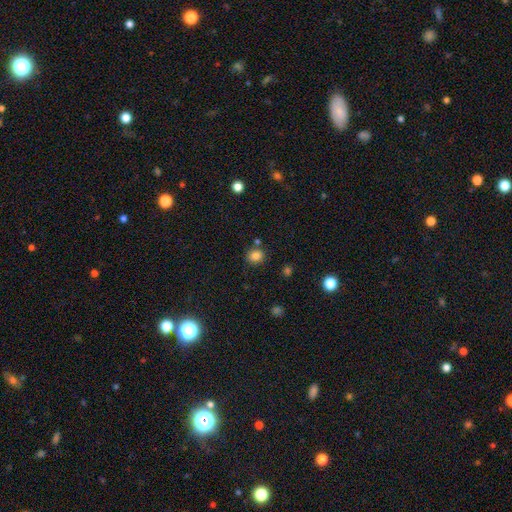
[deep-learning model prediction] Smooth or featured: smooth — 82% (star or artifact — 12%)
How rounded: round — 78% (in between — 21%)
Merging: none — 78% (minor disturbance — 11%)